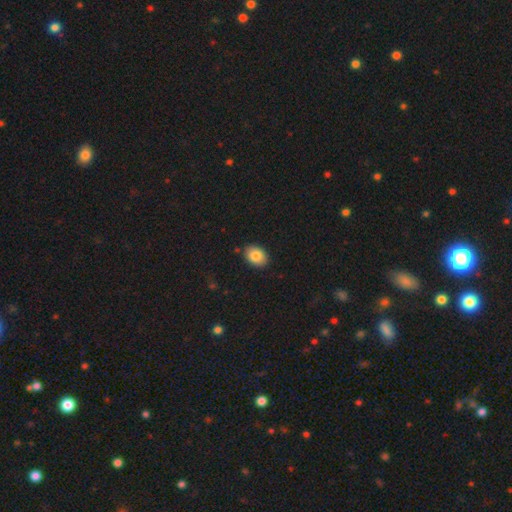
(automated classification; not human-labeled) Smooth or featured? Predicted: smooth (p=0.85). How rounded? Predicted: in between (p=0.78). Merging? Predicted: none (p=0.88).